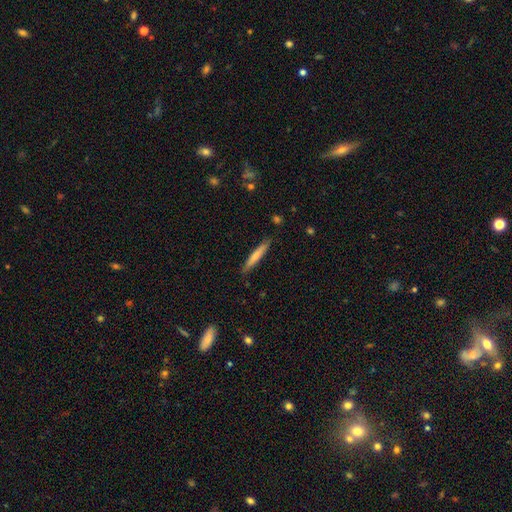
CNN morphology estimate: Overall: smooth (66%; featured or disk 28%). How rounded: cigar-shaped (94%). Merging: none (87%).